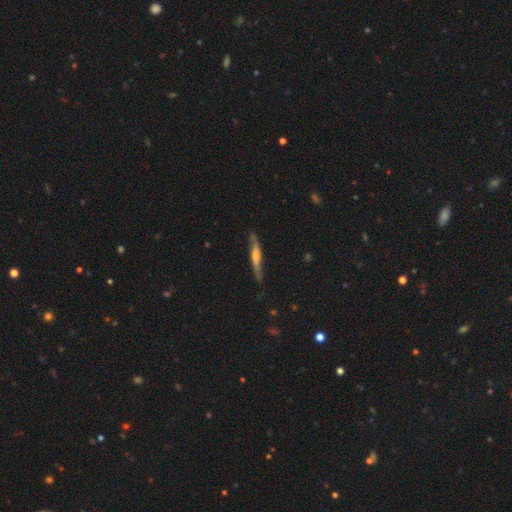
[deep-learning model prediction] featured or disk 57%, smooth 37%, star or artifact 6%. Down the decision tree: edge-on disk — yes (76%); merging — none (66%).